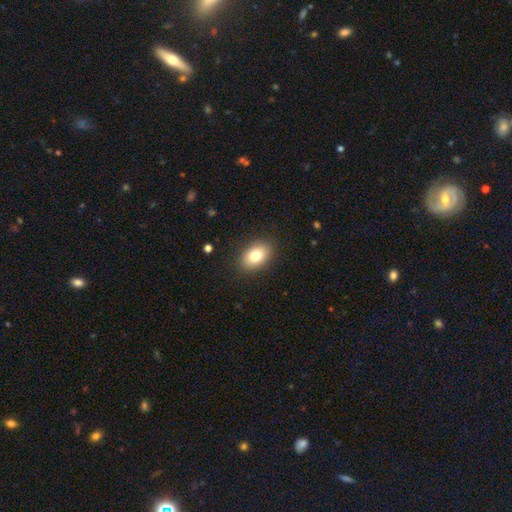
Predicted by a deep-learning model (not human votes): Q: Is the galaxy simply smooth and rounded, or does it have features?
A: smooth — 80%.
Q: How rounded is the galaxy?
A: in between — 87%.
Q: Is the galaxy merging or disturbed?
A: none — 87%.